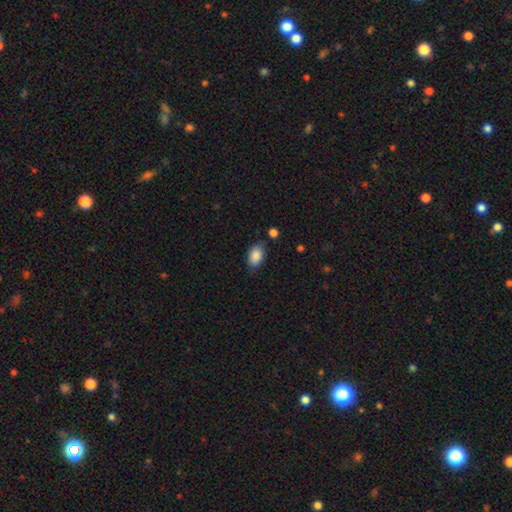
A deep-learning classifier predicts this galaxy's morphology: This is clearly a smooth galaxy (88%). How rounded: clearly in between (88%). Merging: likely none (75%).